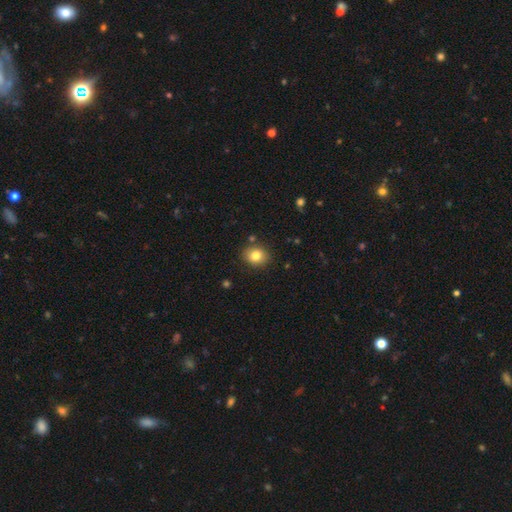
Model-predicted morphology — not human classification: smooth 81%, star or artifact 11%, featured or disk 8%. Down the decision tree: how rounded — round (66%); merging — none (86%).